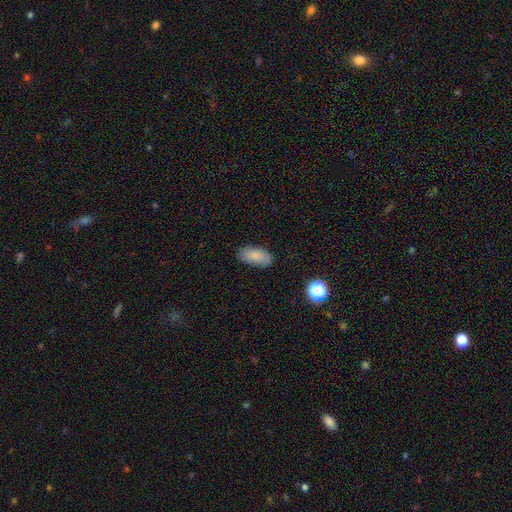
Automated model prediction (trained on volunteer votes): A smooth galaxy with no disk features (83%) that is in between round and cigar-shaped (91%). Merging: none (80%).